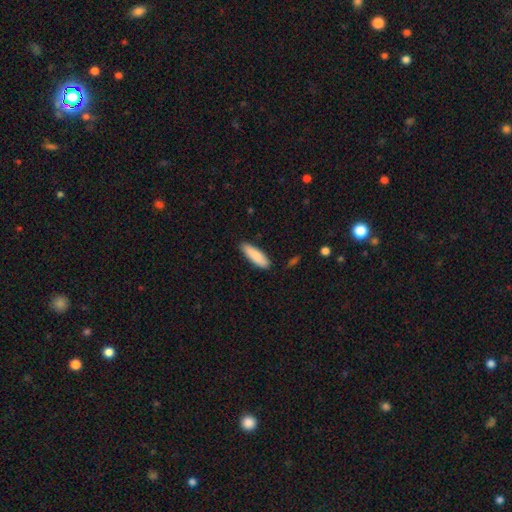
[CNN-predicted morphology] smooth_or_featured: smooth (p=0.85) [alt: featured or disk p=0.10]
how_rounded: cigar-shaped (p=0.54) [alt: in between p=0.45]
merging: none (p=0.84) [alt: minor disturbance p=0.12]